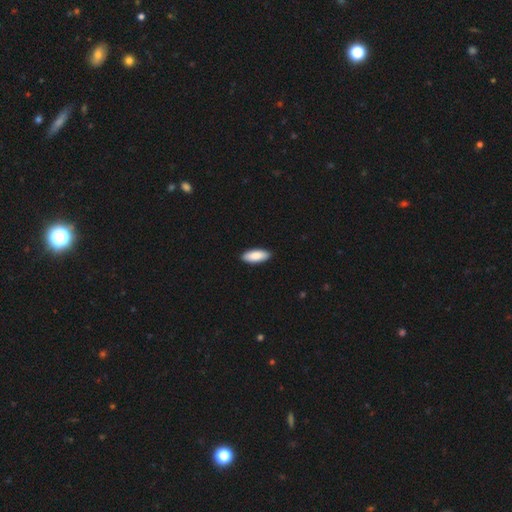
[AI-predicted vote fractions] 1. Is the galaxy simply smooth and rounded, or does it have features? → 89% smooth, 6% featured or disk, 5% star or artifact.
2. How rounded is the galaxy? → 80% in between, 18% cigar-shaped, 2% round.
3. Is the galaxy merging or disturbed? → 91% none, 7% minor disturbance, 1% major disturbance, 1% merger.